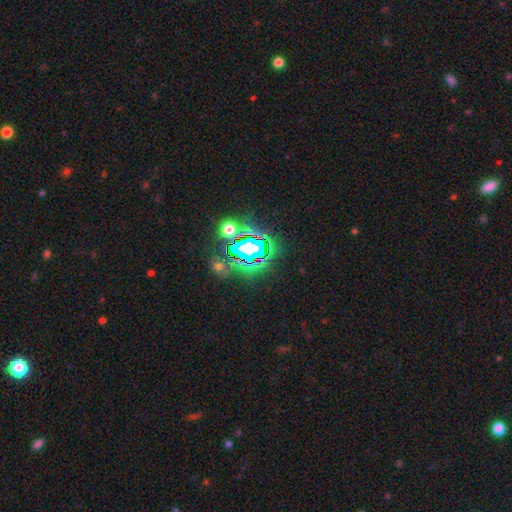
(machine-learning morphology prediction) A star or artifact, not a galaxy (83%).

Vote fractions:
- Smooth or featured? star or artifact: 83% / smooth: 11% / featured or disk: 6%